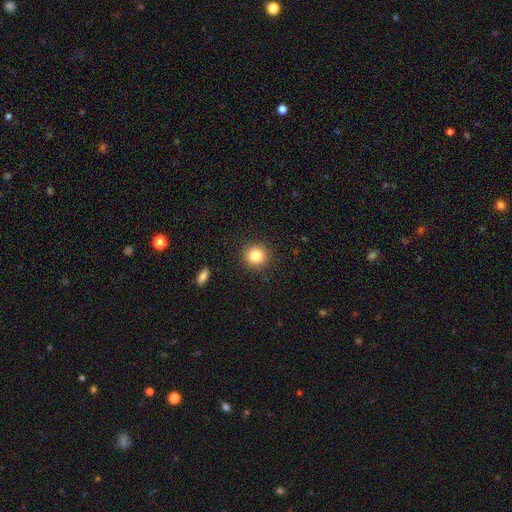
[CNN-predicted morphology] Smooth or featured: smooth — 84% (star or artifact — 10%)
How rounded: round — 91% (in between — 8%)
Merging: none — 91% (minor disturbance — 6%)